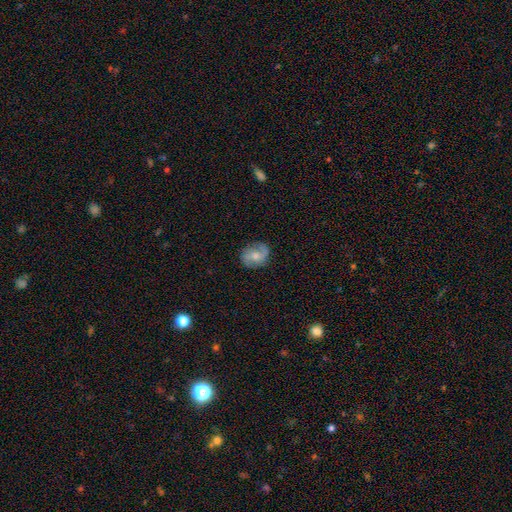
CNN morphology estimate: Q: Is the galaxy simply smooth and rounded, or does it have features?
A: featured or disk — 60%.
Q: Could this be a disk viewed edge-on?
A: no — 97%.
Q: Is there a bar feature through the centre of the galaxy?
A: no — 51%.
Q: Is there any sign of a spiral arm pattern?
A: yes — 89%.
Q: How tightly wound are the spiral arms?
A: medium — 46%.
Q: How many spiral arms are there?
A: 2 — 81%.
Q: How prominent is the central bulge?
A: moderate — 57%.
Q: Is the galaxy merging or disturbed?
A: none — 79%.